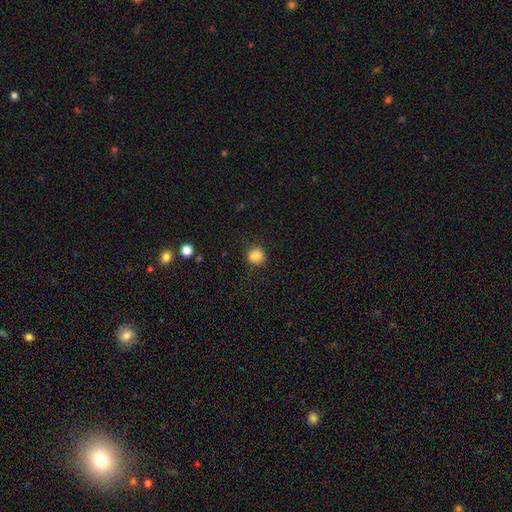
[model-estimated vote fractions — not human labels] Smooth or featured? smooth (86%)
How rounded? round (86%)
Merging? none (86%)